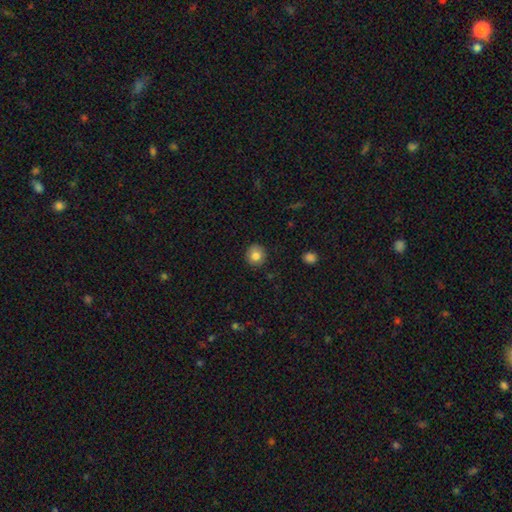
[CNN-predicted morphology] Smooth or featured? smooth (82%)
How rounded? round (89%)
Merging? none (89%)